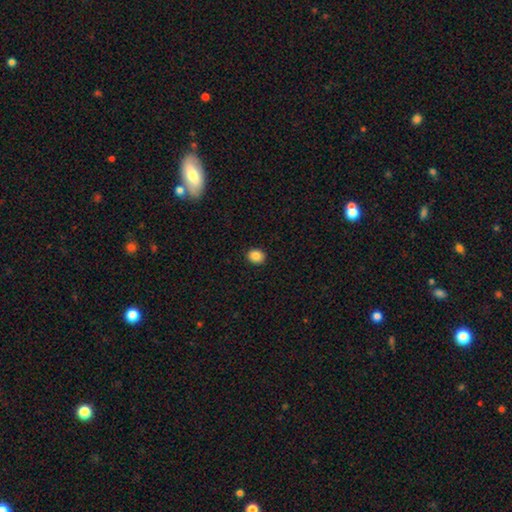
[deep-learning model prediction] A smooth galaxy with no disk features (86%) that is round (60%).

Vote fractions:
- Smooth or featured? smooth: 86% / star or artifact: 10% / featured or disk: 4%
- How rounded? round: 60% / in between: 39% / cigar-shaped: 1%
- Merging? none: 91% / minor disturbance: 6% / major disturbance: 2% / merger: 1%